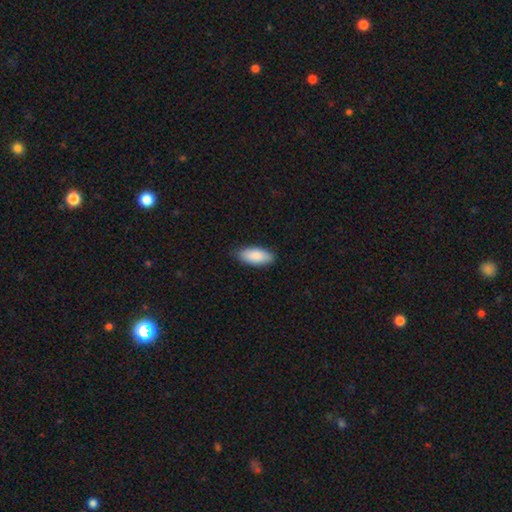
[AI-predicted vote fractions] Smooth or featured? smooth (87%)
How rounded? in between (87%)
Merging? none (85%)